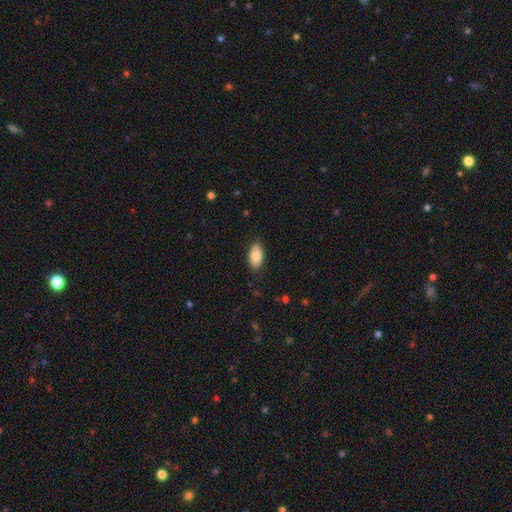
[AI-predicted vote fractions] Smooth or featured: smooth — 81% (featured or disk — 12%)
How rounded: in between — 94% (round — 3%)
Merging: none — 85% (minor disturbance — 11%)